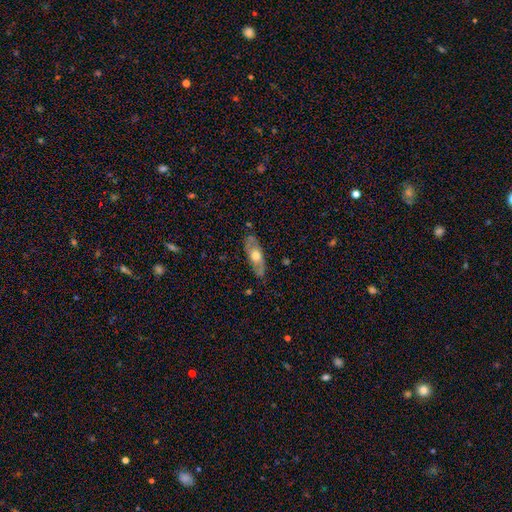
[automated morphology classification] Smooth or featured? Predicted: featured or disk (p=0.49). Merging? Predicted: none (p=0.79).